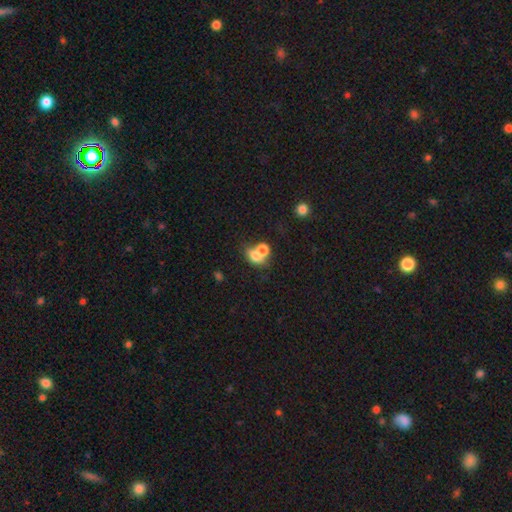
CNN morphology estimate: smooth-or-featured: smooth: 71% | featured or disk: 17% | star or artifact: 12%
  how-rounded: in between: 58% | round: 40% | cigar-shaped: 2%
  merging: merger: 58% | none: 28% | minor disturbance: 8% | major disturbance: 6%